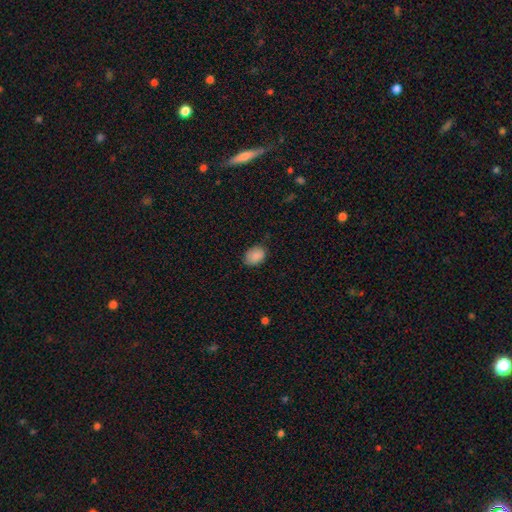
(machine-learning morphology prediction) smooth 88%, star or artifact 8%, featured or disk 5%. Down the decision tree: how rounded — in between (74%); merging — none (77%).